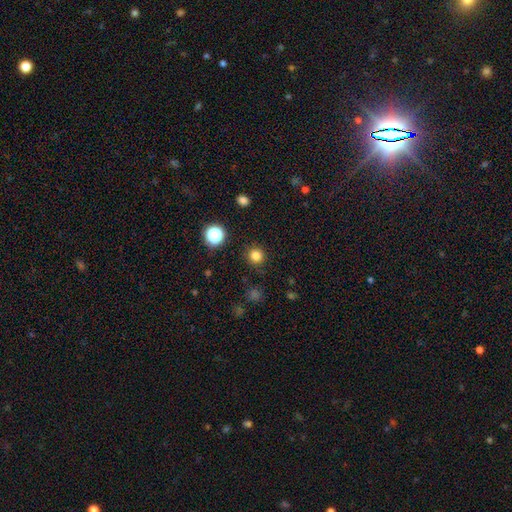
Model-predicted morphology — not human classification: Overall: smooth (81%). How rounded: round (95%). Merging: none (90%).